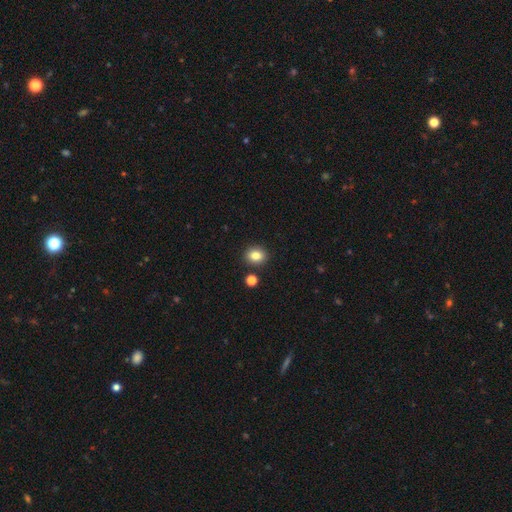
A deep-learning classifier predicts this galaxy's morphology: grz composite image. It shows a smooth galaxy with no disk features (82%) that is round (65%). Merging: none (86%).